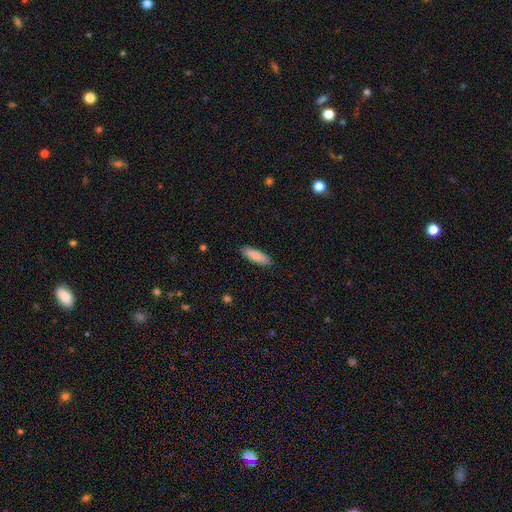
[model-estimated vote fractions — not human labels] Smooth or featured? Predicted: smooth (p=0.85). How rounded? Predicted: cigar-shaped (p=0.59). Merging? Predicted: none (p=0.89).